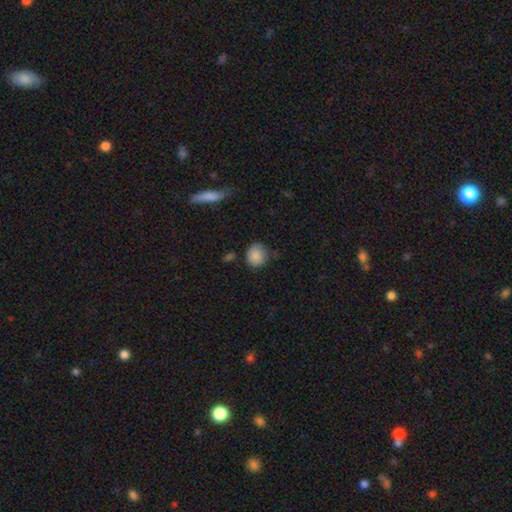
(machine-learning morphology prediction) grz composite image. It shows a smooth galaxy with no disk features (86%) that is round (83%). Merging: none (66%).